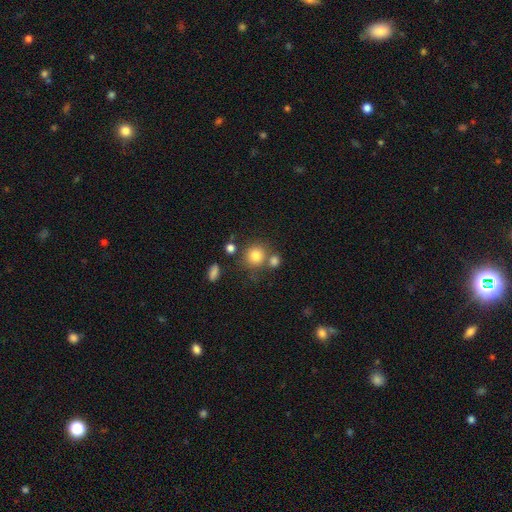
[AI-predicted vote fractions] Smooth or featured?
  - smooth: 81% *
  - star or artifact: 11%
  - featured or disk: 8%
How rounded?
  - round: 86% *
  - in between: 13%
  - cigar-shaped: 1%
Merging?
  - none: 63% *
  - merger: 21%
  - minor disturbance: 11%
  - major disturbance: 4%